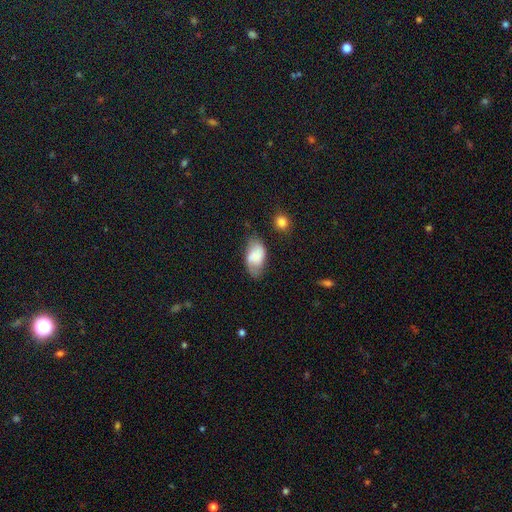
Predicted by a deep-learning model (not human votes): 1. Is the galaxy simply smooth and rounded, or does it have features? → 68% smooth, 24% featured or disk, 8% star or artifact.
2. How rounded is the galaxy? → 93% in between, 5% round, 2% cigar-shaped.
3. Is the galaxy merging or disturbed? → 54% none, 30% minor disturbance, 10% major disturbance, 6% merger.